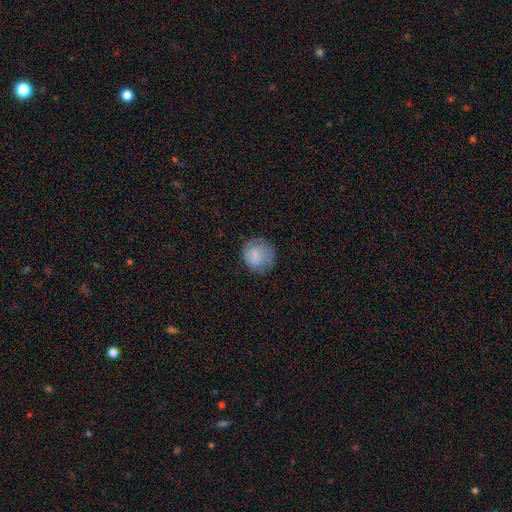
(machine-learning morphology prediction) This is likely a smooth galaxy (69%). How rounded: clearly round (81%). Merging: likely none (61%).